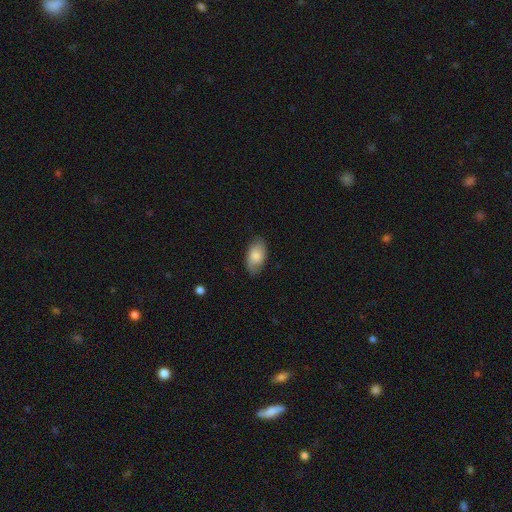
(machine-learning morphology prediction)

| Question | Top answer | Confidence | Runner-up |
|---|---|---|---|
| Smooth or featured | smooth | 79% | featured or disk (14%) |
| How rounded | in between | 93% | round (4%) |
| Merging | none | 79% | minor disturbance (16%) |